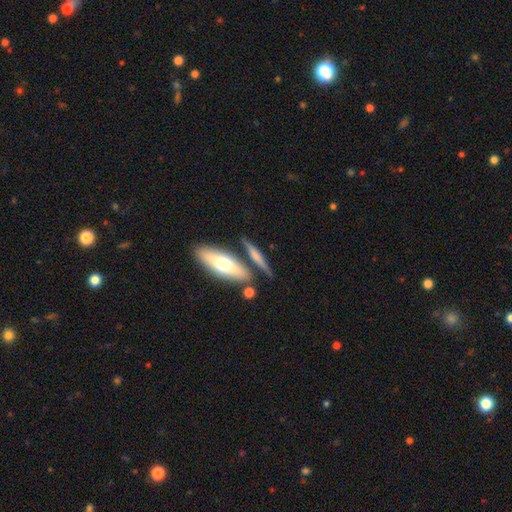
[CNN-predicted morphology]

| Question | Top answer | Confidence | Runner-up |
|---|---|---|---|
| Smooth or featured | smooth | 50% | featured or disk (43%) |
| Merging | none | 67% | merger (14%) |